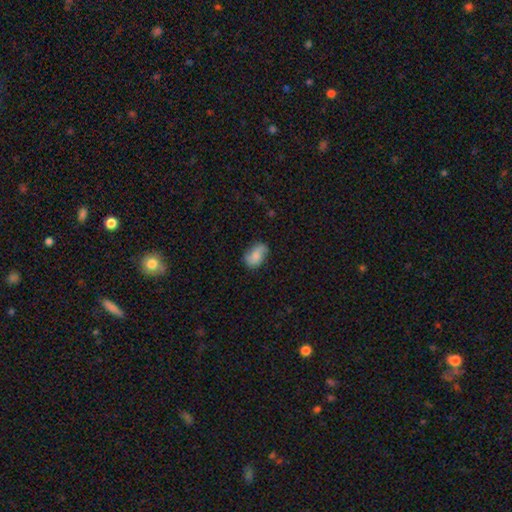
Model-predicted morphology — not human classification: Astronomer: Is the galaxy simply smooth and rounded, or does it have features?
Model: smooth — 60%.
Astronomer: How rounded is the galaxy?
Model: in between — 87%.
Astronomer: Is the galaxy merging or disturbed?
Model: none — 69%.